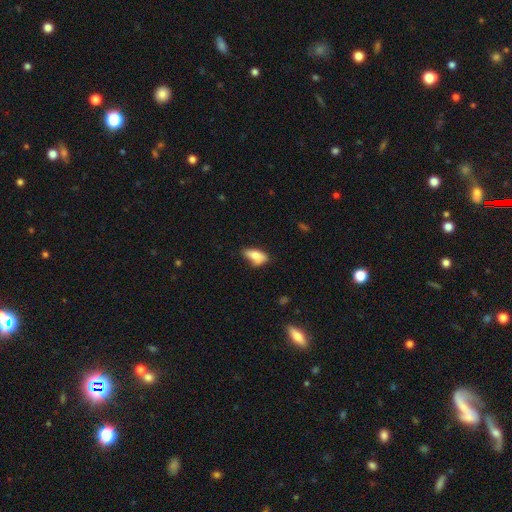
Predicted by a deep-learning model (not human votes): A smooth galaxy with no disk features (74%) that is in between round and cigar-shaped (88%).

Vote fractions:
- Smooth or featured? smooth: 74% / featured or disk: 18% / star or artifact: 8%
- How rounded? in between: 88% / cigar-shaped: 7% / round: 4%
- Merging? none: 46% / minor disturbance: 37% / major disturbance: 11% / merger: 7%